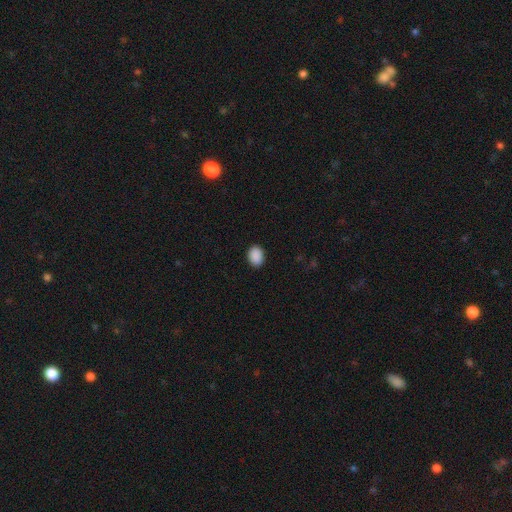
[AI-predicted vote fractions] This is clearly a smooth galaxy (90%). How rounded: likely in between (64%). Merging: clearly none (90%).